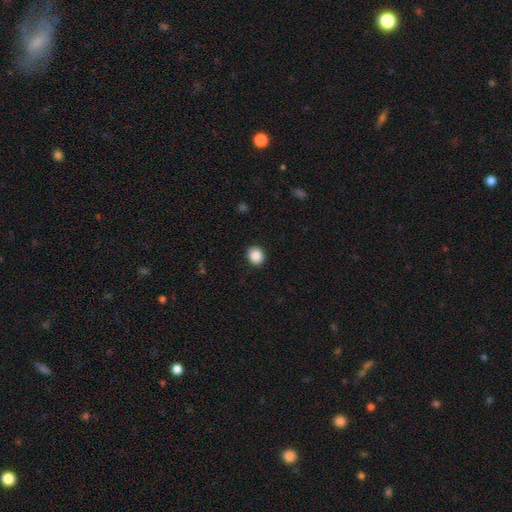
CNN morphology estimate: Smooth or featured? Predicted: smooth (p=0.88). How rounded? Predicted: round (p=0.82). Merging? Predicted: none (p=0.91).